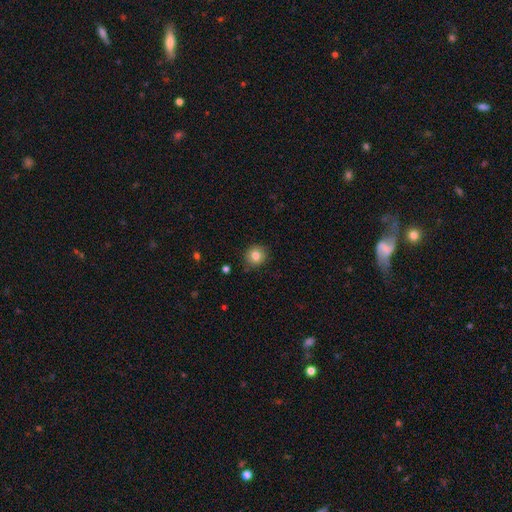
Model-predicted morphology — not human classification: A smooth galaxy with no disk features (82%) that is round (91%). Merging: none (88%).